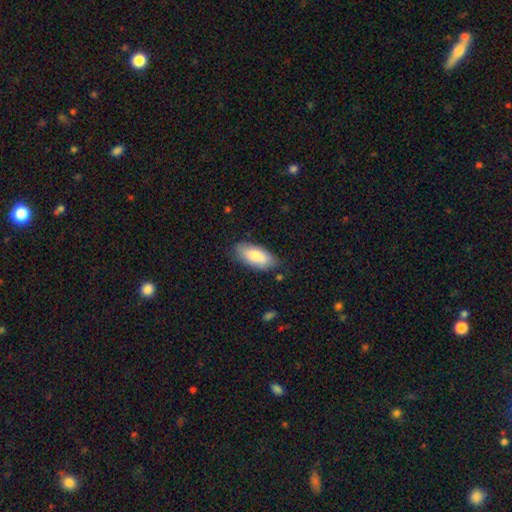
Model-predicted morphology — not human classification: smooth_or_featured: smooth (p=0.81) [alt: featured or disk p=0.13]
how_rounded: in between (p=0.87) [alt: cigar-shaped p=0.11]
merging: none (p=0.79) [alt: minor disturbance p=0.16]